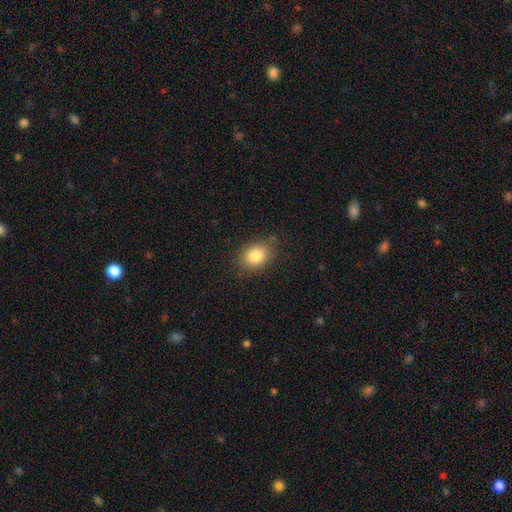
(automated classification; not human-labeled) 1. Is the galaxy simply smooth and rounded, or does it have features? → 83% smooth, 9% star or artifact, 8% featured or disk.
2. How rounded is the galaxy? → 64% in between, 35% round, 1% cigar-shaped.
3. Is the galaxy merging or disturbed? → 80% none, 15% minor disturbance, 3% major disturbance, 1% merger.